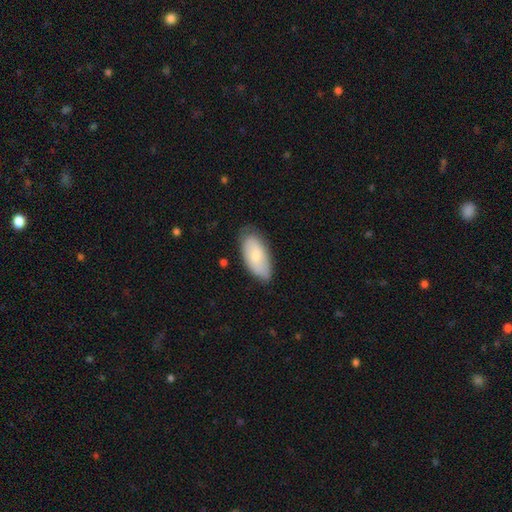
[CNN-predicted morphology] Smooth or featured? smooth (71%)
How rounded? in between (92%)
Merging? none (74%)